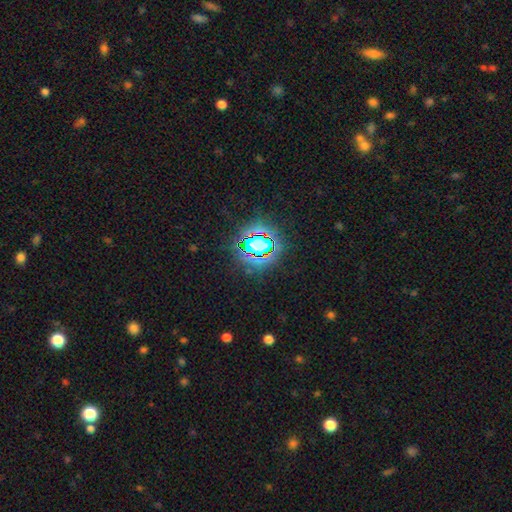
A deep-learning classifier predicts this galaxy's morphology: This is clearly a star or artifact rather than a galaxy (81%).